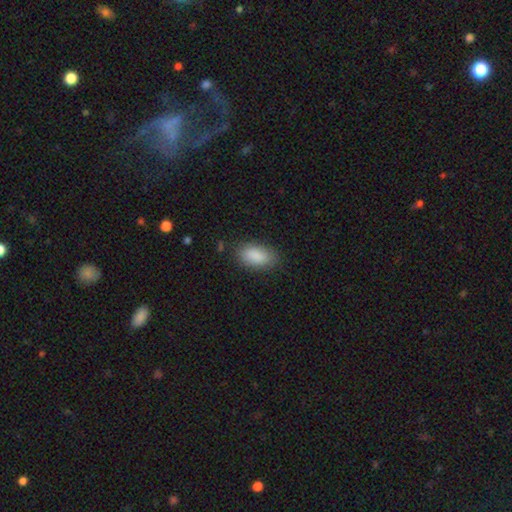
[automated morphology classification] smooth-or-featured: smooth: 89% | star or artifact: 6% | featured or disk: 4%
  how-rounded: in between: 92% | cigar-shaped: 4% | round: 3%
  merging: none: 83% | minor disturbance: 13% | major disturbance: 3% | merger: 1%